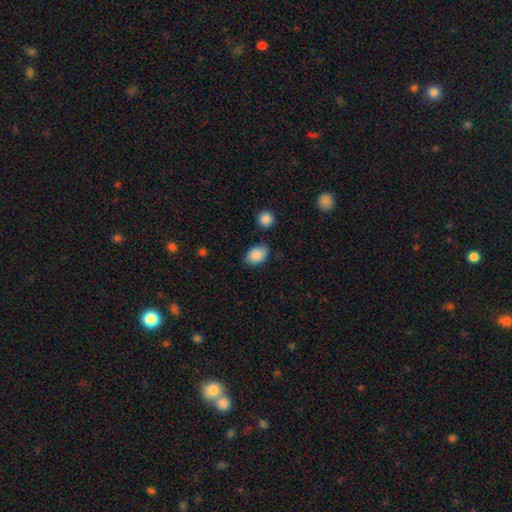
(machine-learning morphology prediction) Overall: smooth (88%). How rounded: in between (81%). Merging: none (76%).